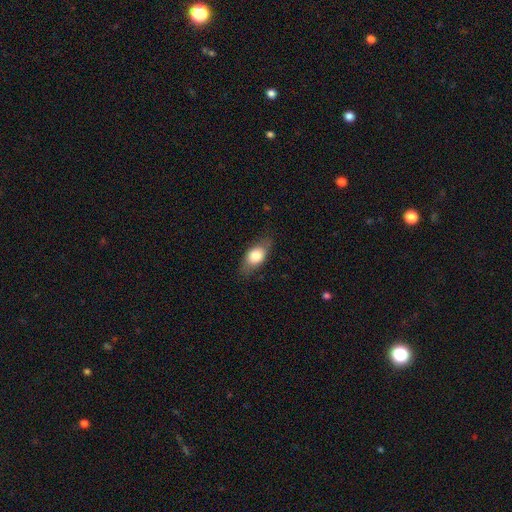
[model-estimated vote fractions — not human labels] A smooth galaxy with no disk features (73%) that is in between round and cigar-shaped (81%).

Vote fractions:
- Smooth or featured? smooth: 73% / featured or disk: 21% / star or artifact: 7%
- How rounded? in between: 81% / round: 12% / cigar-shaped: 7%
- Merging? none: 75% / minor disturbance: 18% / major disturbance: 5% / merger: 1%